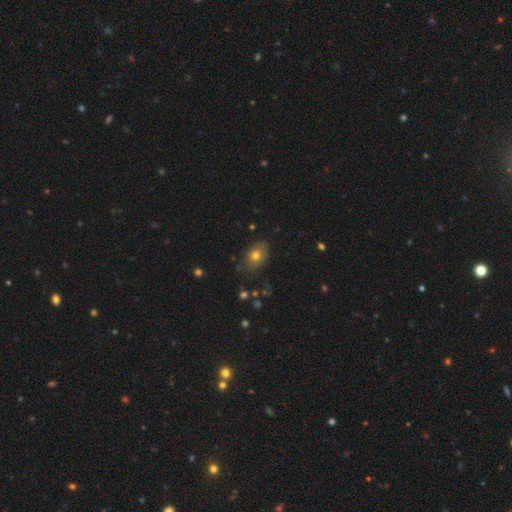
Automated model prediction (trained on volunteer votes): Smooth or featured? smooth (70%)
How rounded? in between (74%)
Merging? none (76%)